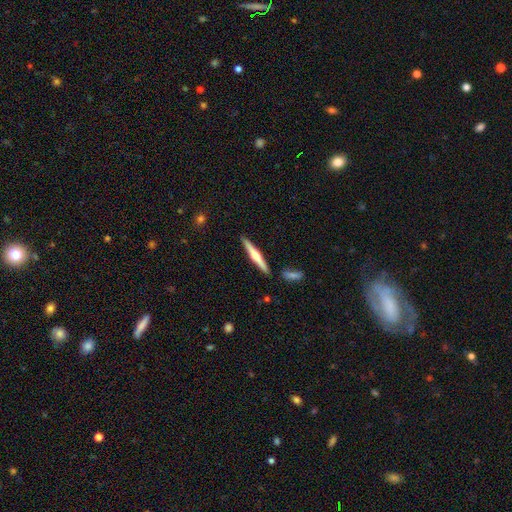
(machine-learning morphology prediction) Overall: featured or disk (62%; smooth 33%). Edge-on disk: yes (98%). Edge-on bulge: rounded (83%). Merging: none (89%).